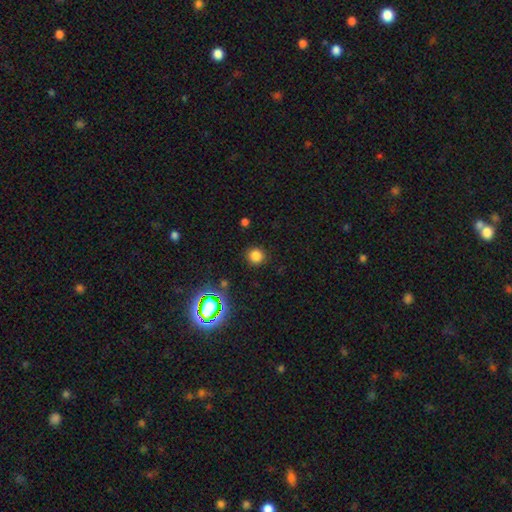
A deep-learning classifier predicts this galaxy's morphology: Smooth or featured? Predicted: smooth (p=0.77). How rounded? Predicted: round (p=0.92). Merging? Predicted: none (p=0.89).